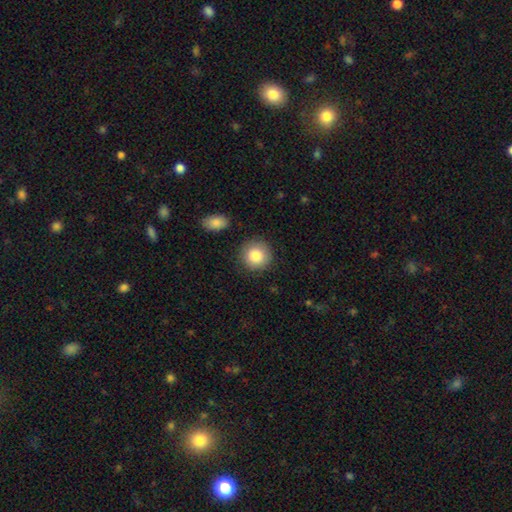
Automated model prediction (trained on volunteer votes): smooth_or_featured: smooth (p=0.85) [alt: star or artifact p=0.08]
how_rounded: round (p=0.93) [alt: in between p=0.06]
merging: none (p=0.86) [alt: minor disturbance p=0.08]